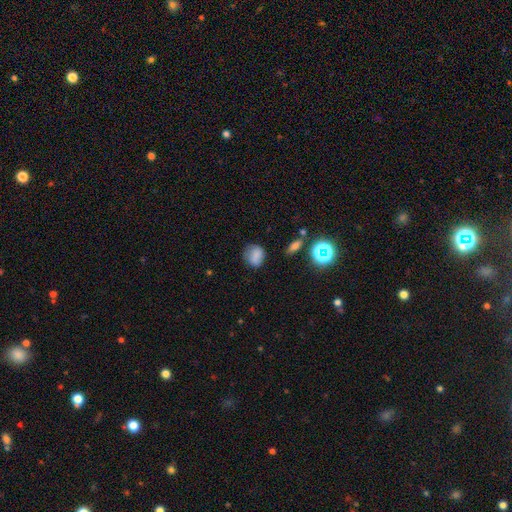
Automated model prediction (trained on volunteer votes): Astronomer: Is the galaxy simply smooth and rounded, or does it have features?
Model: smooth — 78%.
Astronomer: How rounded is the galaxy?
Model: round — 58% (runner-up: in between, 41%).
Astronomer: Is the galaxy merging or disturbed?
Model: none — 68%.